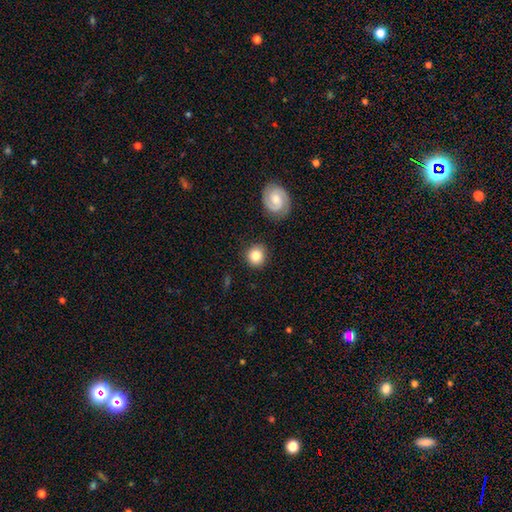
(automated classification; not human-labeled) Morphology: type=smooth (82%); roundness=round (89%); merging=none (86%).